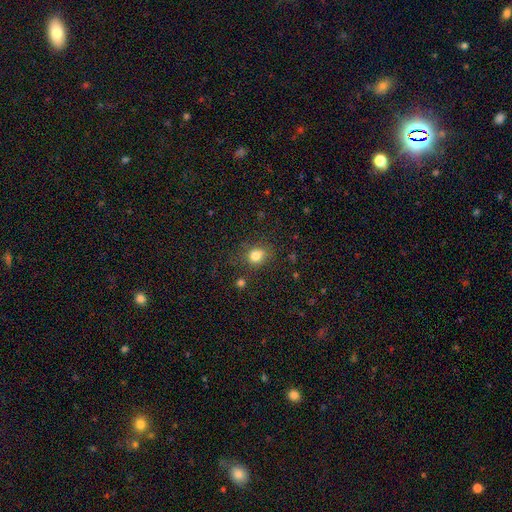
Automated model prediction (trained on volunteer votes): The model was most divided on "how rounded": round: 65%, in between: 34%, cigar-shaped: 1%. More confident: smooth or featured — smooth (80%); merging — none (72%).